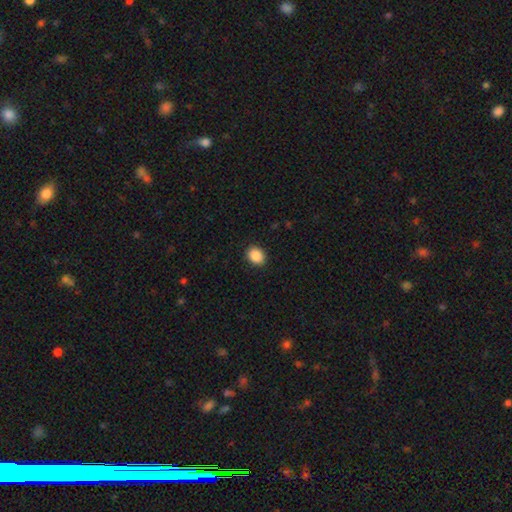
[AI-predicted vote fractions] Smooth or featured? Predicted: smooth (p=0.88). How rounded? Predicted: round (p=0.51). Merging? Predicted: none (p=0.91).